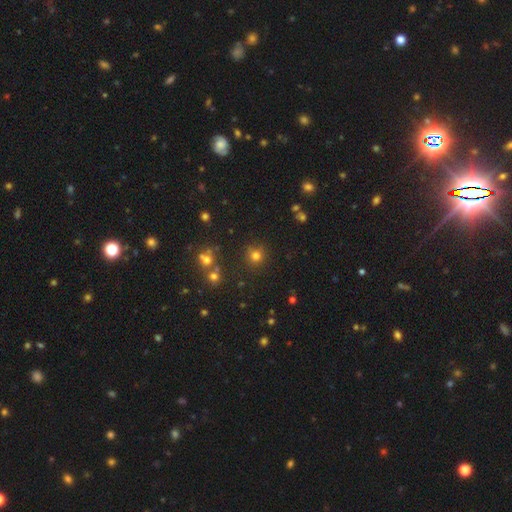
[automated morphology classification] A smooth galaxy with no disk features (74%) that is round (92%).

Vote fractions:
- Smooth or featured? smooth: 74% / star or artifact: 20% / featured or disk: 6%
- How rounded? round: 92% / in between: 7% / cigar-shaped: 1%
- Merging? none: 85% / minor disturbance: 8% / merger: 4% / major disturbance: 3%